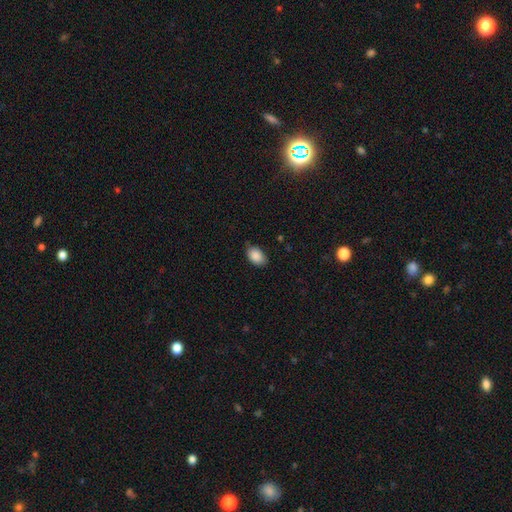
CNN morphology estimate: Smooth or featured? Predicted: smooth (p=0.89). How rounded? Predicted: in between (p=0.89). Merging? Predicted: none (p=0.77).